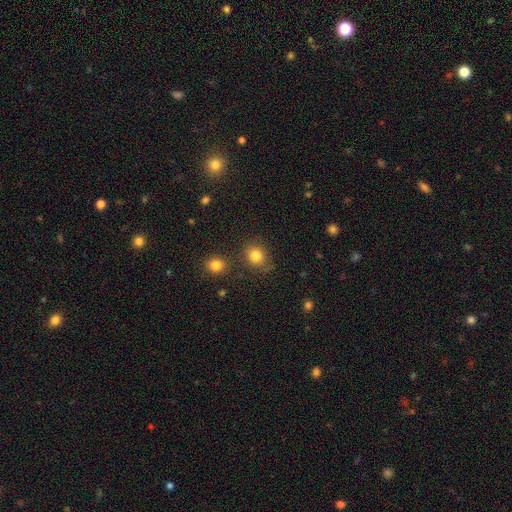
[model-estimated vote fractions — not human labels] smooth_or_featured: smooth (p=0.83) [alt: star or artifact p=0.11]
how_rounded: round (p=0.76) [alt: in between p=0.23]
merging: none (p=0.75) [alt: minor disturbance p=0.14]